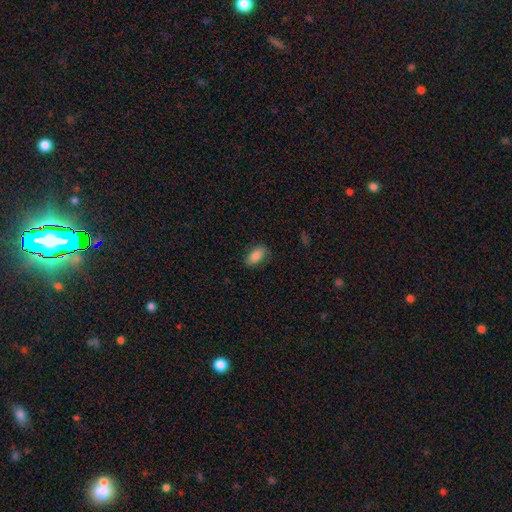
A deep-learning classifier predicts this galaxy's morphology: This is clearly a smooth galaxy (86%). How rounded: clearly in between (91%). Merging: clearly none (84%).